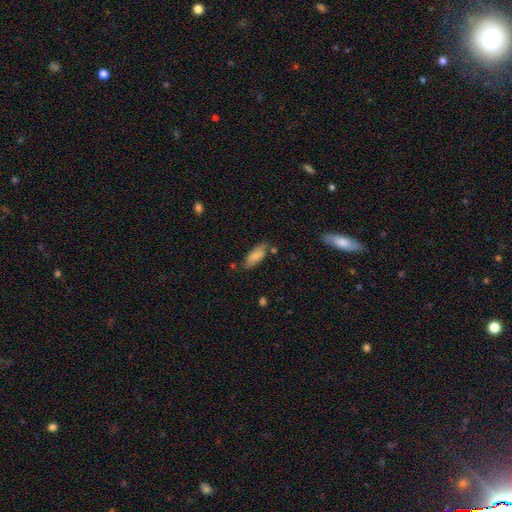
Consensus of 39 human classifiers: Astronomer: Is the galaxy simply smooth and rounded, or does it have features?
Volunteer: smooth — 69%.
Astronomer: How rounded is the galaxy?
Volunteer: in between — 89%.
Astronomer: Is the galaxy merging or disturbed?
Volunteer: none — 63%.